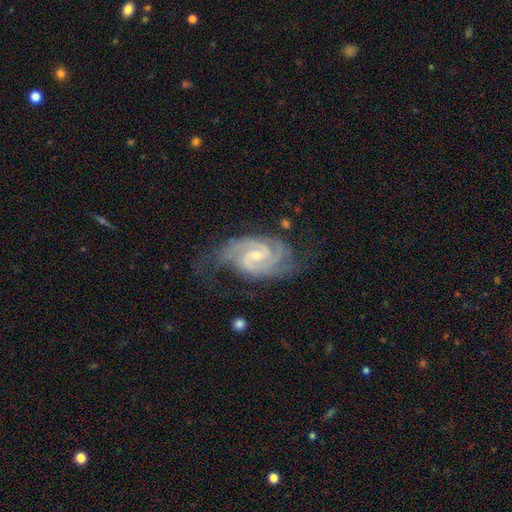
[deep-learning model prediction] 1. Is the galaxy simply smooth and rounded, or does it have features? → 93% featured or disk, 4% star or artifact, 3% smooth.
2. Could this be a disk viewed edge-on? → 98% no, 2% yes.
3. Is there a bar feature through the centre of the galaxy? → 51% weak, 33% no, 16% strong.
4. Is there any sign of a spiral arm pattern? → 99% yes, 1% no.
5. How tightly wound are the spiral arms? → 59% tight, 36% medium, 5% loose.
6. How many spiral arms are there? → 63% 2, 19% 3, 6% can't tell, 5% 4, 3% 1, 3% more than 4.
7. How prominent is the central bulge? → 63% small, 32% moderate, 3% none, 1% large, 1% dominant.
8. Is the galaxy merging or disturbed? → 63% none, 24% minor disturbance, 11% major disturbance, 2% merger.